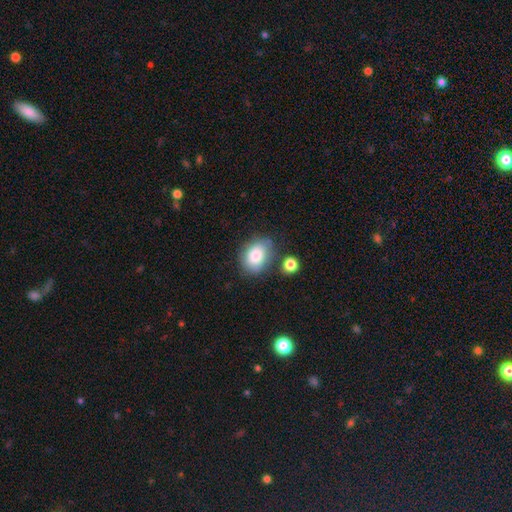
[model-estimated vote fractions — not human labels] Morphology: type=smooth (80%); roundness=in between (71%); merging=none (65%).